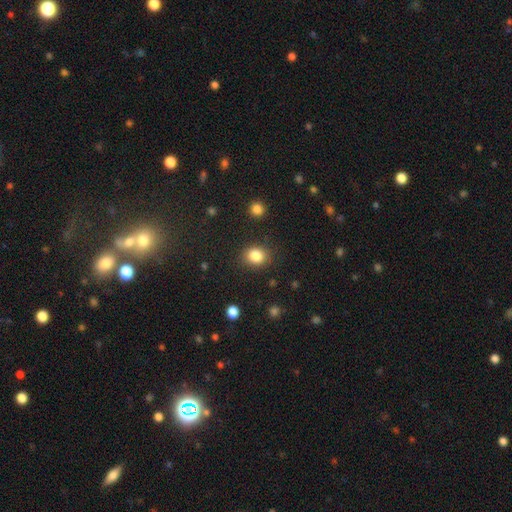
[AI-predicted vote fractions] smooth-or-featured: smooth: 84% | star or artifact: 10% | featured or disk: 5%
  how-rounded: round: 66% | in between: 33% | cigar-shaped: 1%
  merging: none: 86% | minor disturbance: 9% | major disturbance: 3% | merger: 2%